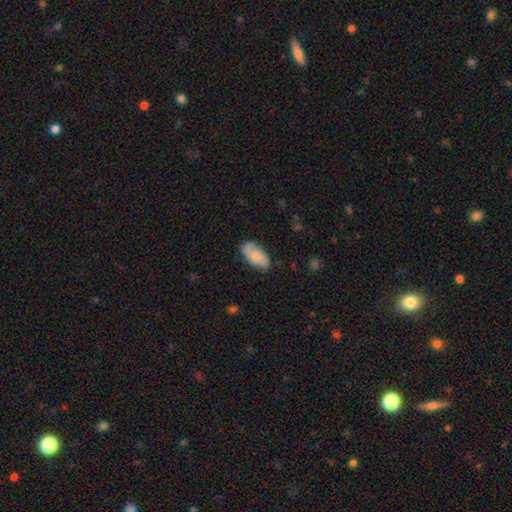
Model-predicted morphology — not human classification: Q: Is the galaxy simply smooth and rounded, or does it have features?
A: smooth — 66%.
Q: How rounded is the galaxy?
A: in between — 93%.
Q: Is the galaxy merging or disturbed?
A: none — 74%.